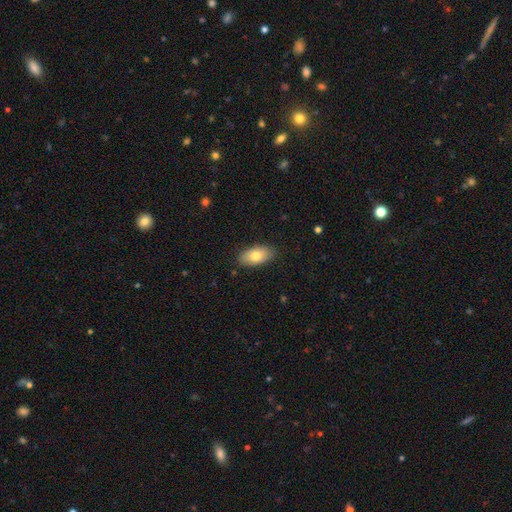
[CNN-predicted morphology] A smooth galaxy with no disk features (78%) that is in between round and cigar-shaped (93%).

Vote fractions:
- Smooth or featured? smooth: 78% / featured or disk: 16% / star or artifact: 6%
- How rounded? in between: 93% / round: 4% / cigar-shaped: 3%
- Merging? none: 86% / minor disturbance: 11% / major disturbance: 2% / merger: 1%